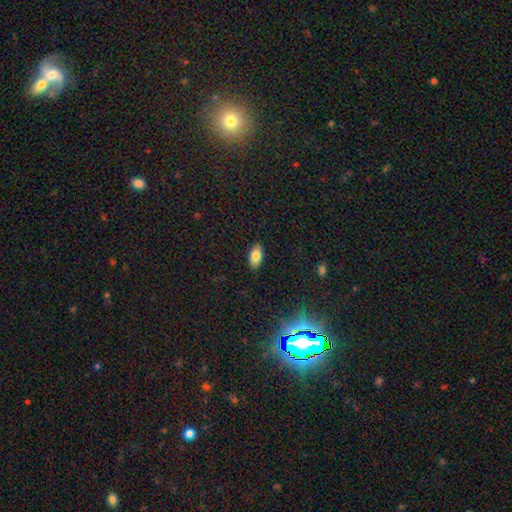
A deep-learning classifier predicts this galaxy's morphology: Overall: smooth (81%). How rounded: in between (93%). Merging: none (88%).